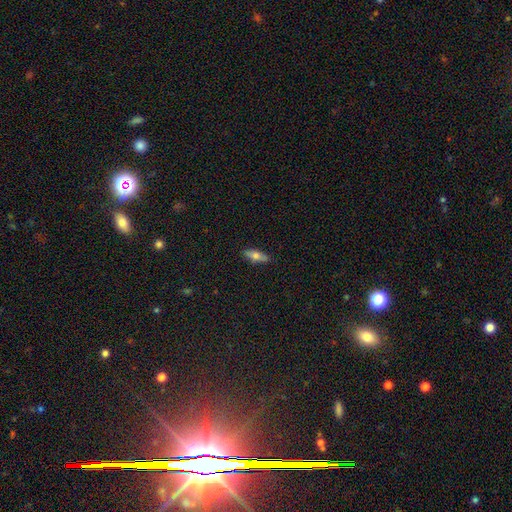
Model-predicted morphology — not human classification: A smooth galaxy with no disk features (60%) that is in between round and cigar-shaped (53%). Merging: none (86%).